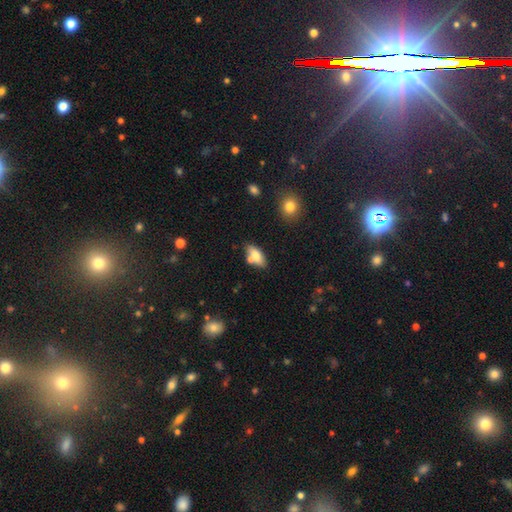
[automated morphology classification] Smooth or featured?
  - smooth: 74% *
  - featured or disk: 18%
  - star or artifact: 8%
How rounded?
  - in between: 83% *
  - cigar-shaped: 14%
  - round: 3%
Merging?
  - none: 62% *
  - merger: 19%
  - minor disturbance: 15%
  - major disturbance: 4%